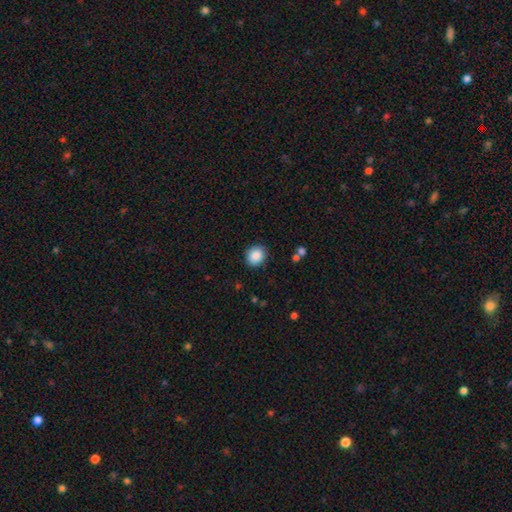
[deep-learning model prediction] A smooth galaxy with no disk features (88%) that is round (70%).

Vote fractions:
- Smooth or featured? smooth: 88% / star or artifact: 8% / featured or disk: 4%
- How rounded? round: 70% / in between: 29% / cigar-shaped: 1%
- Merging? none: 89% / minor disturbance: 8% / major disturbance: 2% / merger: 1%